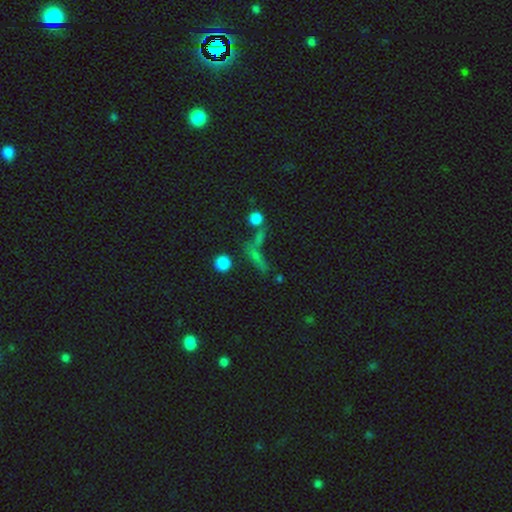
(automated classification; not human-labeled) smooth-or-featured: smooth: 53% | star or artifact: 26% | featured or disk: 21%
  how-rounded: cigar-shaped: 50% | in between: 28% | round: 22%
  merging: none: 55% | merger: 20% | minor disturbance: 14% | major disturbance: 11%